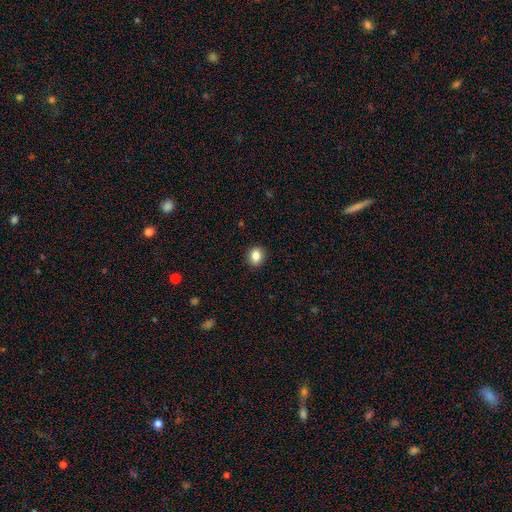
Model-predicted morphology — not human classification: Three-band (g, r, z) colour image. It shows a smooth galaxy with no disk features (86%) that is round (58%). Merging: none (90%).